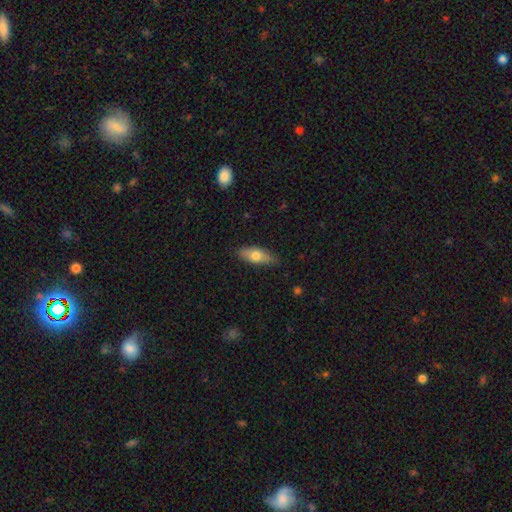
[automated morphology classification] This appears to be a smooth galaxy with no disk features (70%) that is in between round and cigar-shaped (75%). Merging: none (78%).